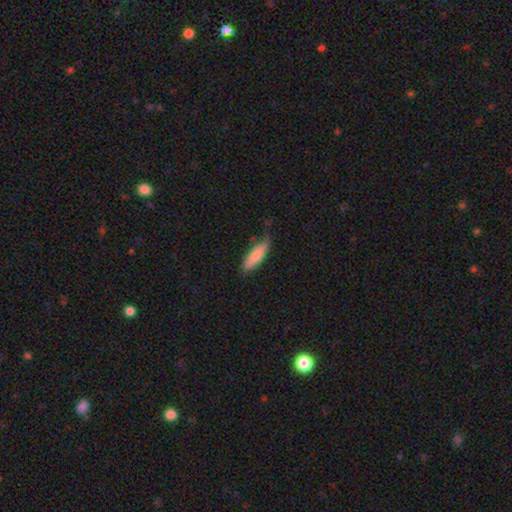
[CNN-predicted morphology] smooth 80%, featured or disk 14%, star or artifact 6%. Down the decision tree: how rounded — in between (61%); merging — none (52%).